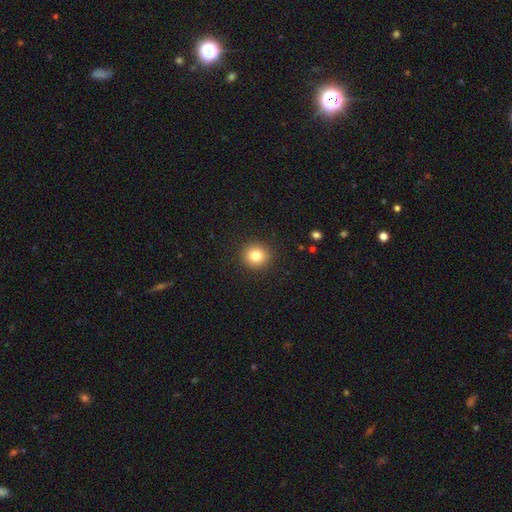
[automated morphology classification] type=smooth (81%); roundness=round (91%); merging=none (92%).